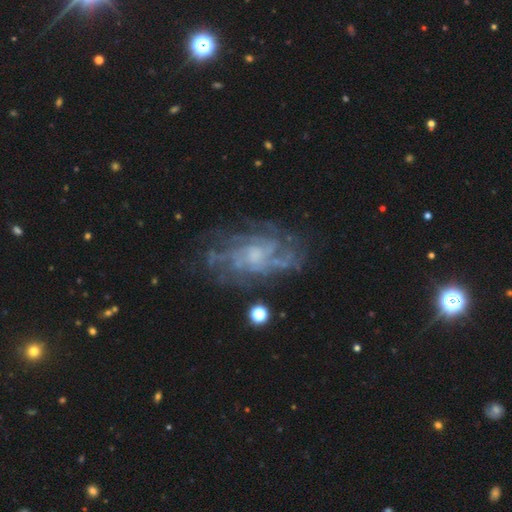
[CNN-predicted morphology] This appears to be a featured or disk galaxy (84%) with no bar (70%), tight (48%) spiral arms (90%) and a small central bulge (42%). Merging: none (67%).